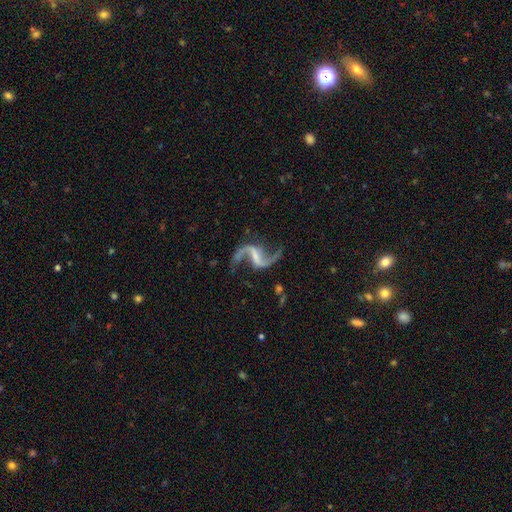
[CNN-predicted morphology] Smooth or featured? featured or disk (92%)
Edge-on disk? no (98%)
Bar? weak (43%)
Spiral arms? yes (97%)
Spiral winding? loose (81%)
Spiral arm count? 2 (94%)
Bulge size? small (44%)
Merging? none (75%)